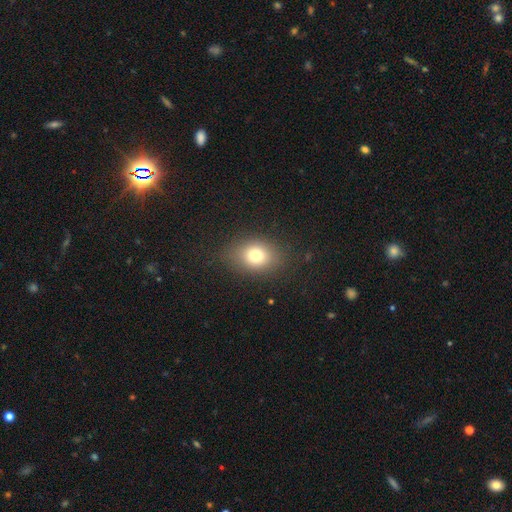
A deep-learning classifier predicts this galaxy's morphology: smooth_or_featured: smooth (p=0.76) [alt: star or artifact p=0.13]
how_rounded: in between (p=0.59) [alt: round p=0.40]
merging: none (p=0.83) [alt: minor disturbance p=0.11]